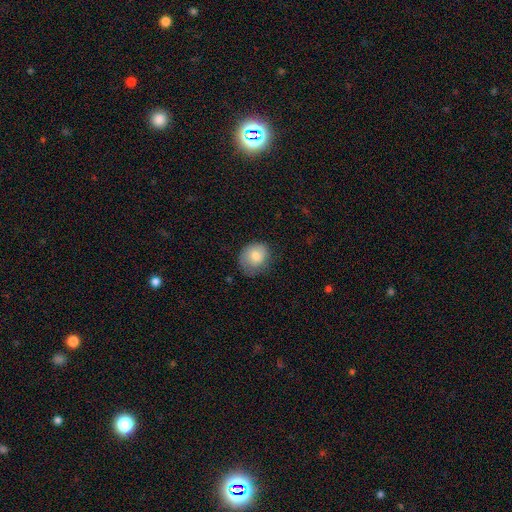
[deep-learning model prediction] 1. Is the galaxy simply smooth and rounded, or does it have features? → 79% smooth, 13% featured or disk, 8% star or artifact.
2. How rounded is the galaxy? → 66% round, 33% in between, 1% cigar-shaped.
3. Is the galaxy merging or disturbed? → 62% none, 28% minor disturbance, 8% major disturbance, 1% merger.